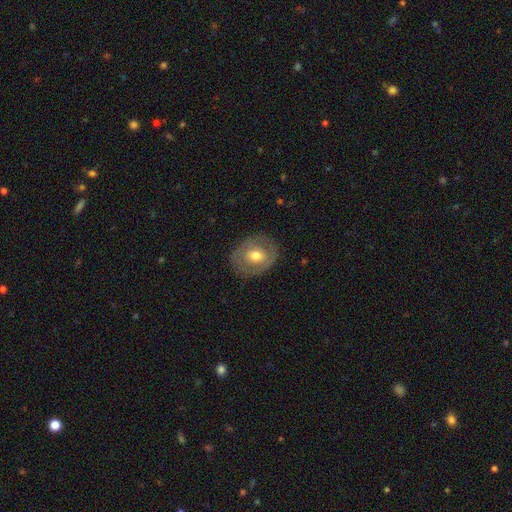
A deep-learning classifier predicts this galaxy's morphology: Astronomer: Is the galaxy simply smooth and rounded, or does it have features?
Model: smooth — 51% (runner-up: featured or disk, 42%).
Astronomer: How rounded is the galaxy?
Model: round — 54% (runner-up: in between, 45%).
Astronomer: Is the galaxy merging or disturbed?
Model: none — 80%.